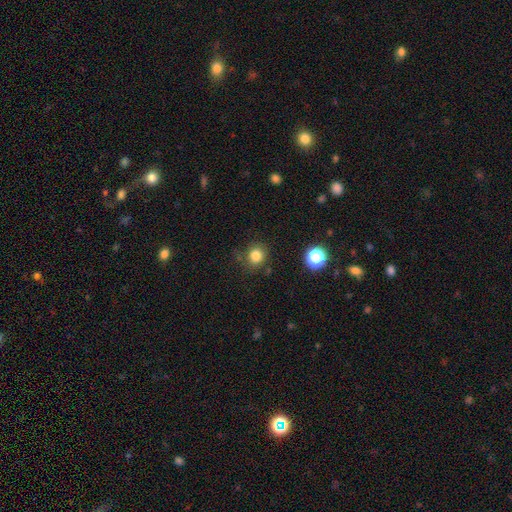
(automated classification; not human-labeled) A smooth galaxy with no disk features (82%) that is round (86%). Merging: none (80%).